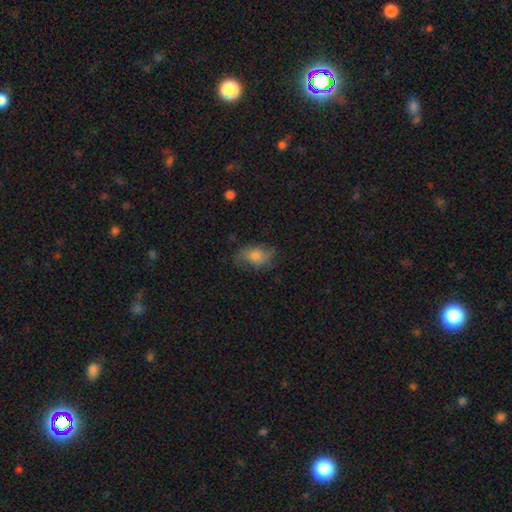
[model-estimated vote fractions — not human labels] smooth 57%, featured or disk 32%, star or artifact 11%. Down the decision tree: how rounded — in between (78%); merging — none (65%).